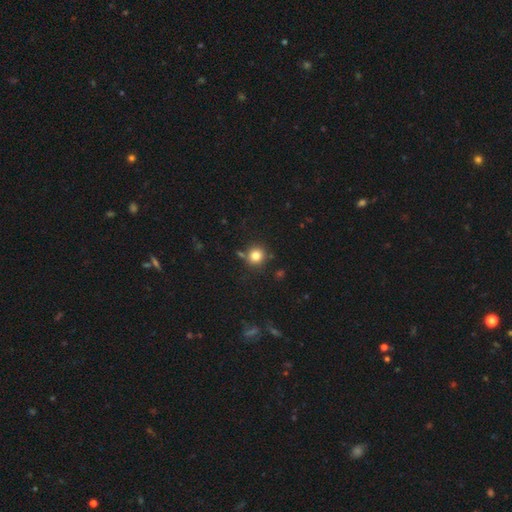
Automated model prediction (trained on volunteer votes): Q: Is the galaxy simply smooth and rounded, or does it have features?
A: smooth — 81%.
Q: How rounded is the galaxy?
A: round — 91%.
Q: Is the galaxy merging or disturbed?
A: none — 81%.